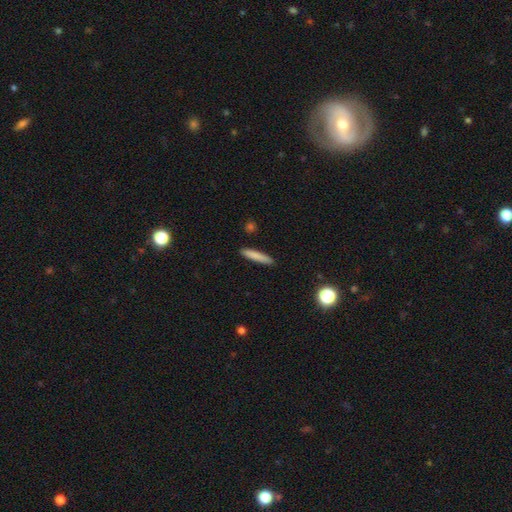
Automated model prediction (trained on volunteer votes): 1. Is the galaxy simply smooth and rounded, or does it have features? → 83% smooth, 10% featured or disk, 6% star or artifact.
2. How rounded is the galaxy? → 91% cigar-shaped, 8% in between, 1% round.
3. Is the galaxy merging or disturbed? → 90% none, 7% minor disturbance, 2% major disturbance, 1% merger.